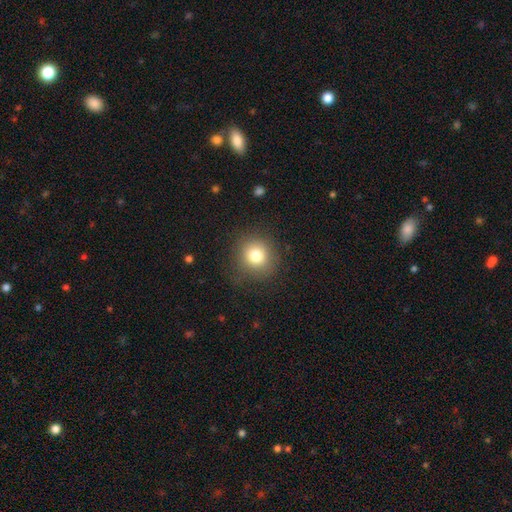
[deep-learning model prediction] smooth-or-featured: smooth: 79% | star or artifact: 12% | featured or disk: 9%
  how-rounded: round: 91% | in between: 8% | cigar-shaped: 1%
  merging: none: 85% | minor disturbance: 10% | major disturbance: 4% | merger: 1%